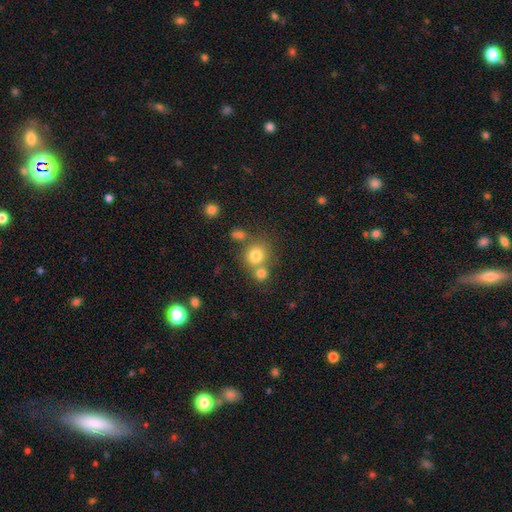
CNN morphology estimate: Overall: smooth (77%). How rounded: round (86%). Merging: none (55%; merger 33%).